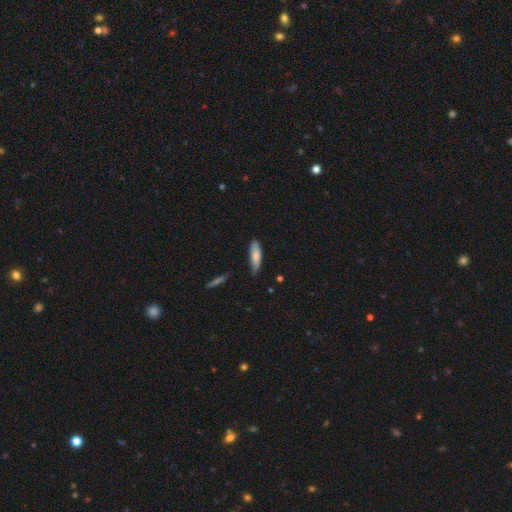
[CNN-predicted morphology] Smooth or featured: smooth — 78% (featured or disk — 16%)
How rounded: cigar-shaped — 56% (in between — 43%)
Merging: none — 73% (minor disturbance — 22%)